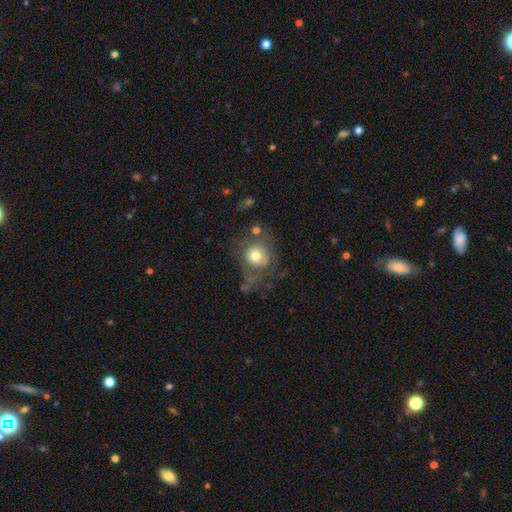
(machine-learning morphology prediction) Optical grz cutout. It shows a smooth galaxy with no disk features (61%) that is round (81%). Merging: none (41%).